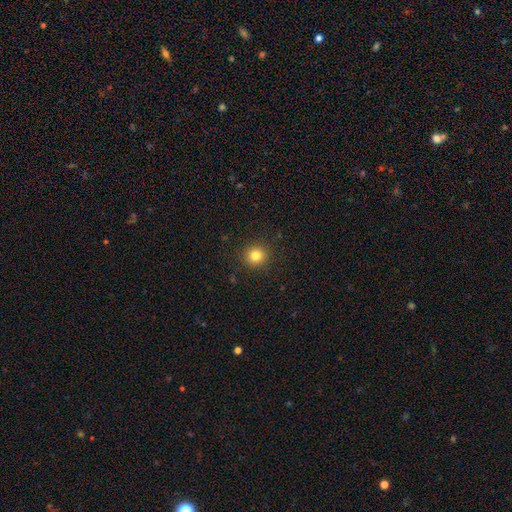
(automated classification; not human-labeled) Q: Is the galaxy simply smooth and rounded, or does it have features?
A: smooth — 81%.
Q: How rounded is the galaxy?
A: round — 91%.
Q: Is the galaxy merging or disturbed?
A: none — 91%.